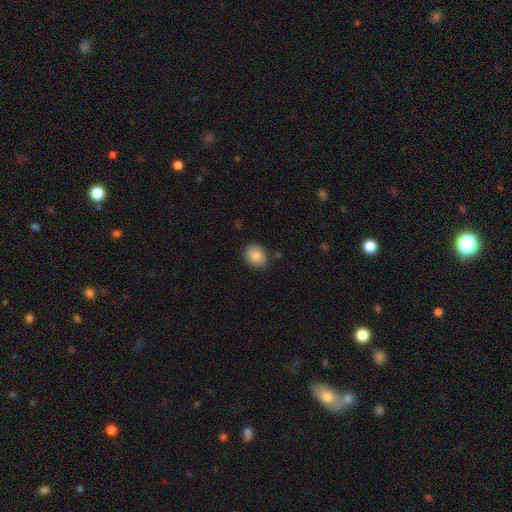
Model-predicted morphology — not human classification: Overall: smooth (85%). How rounded: round (52%; in between 47%). Merging: none (79%).